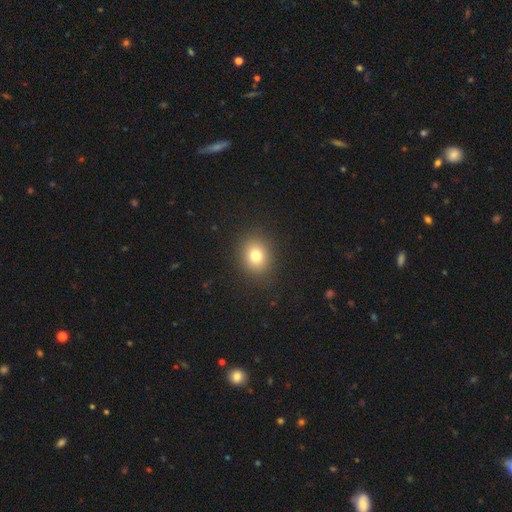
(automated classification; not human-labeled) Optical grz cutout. It shows a smooth galaxy with no disk features (78%) that is round (70%). Merging: none (89%).